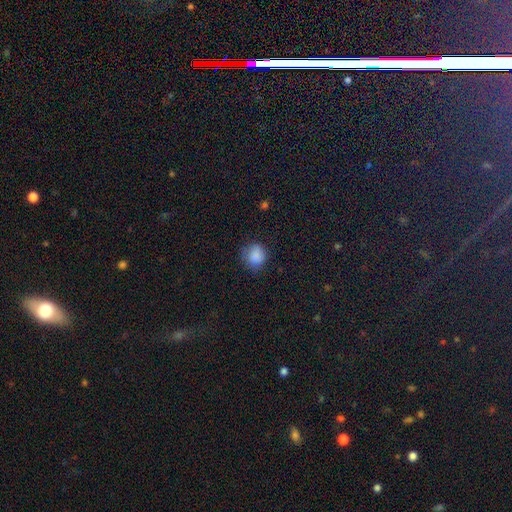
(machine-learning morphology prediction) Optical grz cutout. It shows a smooth galaxy with no disk features (86%) that is round (79%). Merging: none (73%).